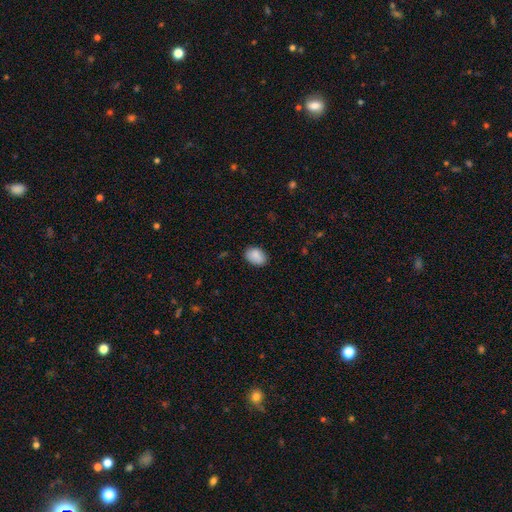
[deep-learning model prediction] smooth 89%, star or artifact 7%, featured or disk 4%. Down the decision tree: how rounded — in between (82%); merging — none (85%).